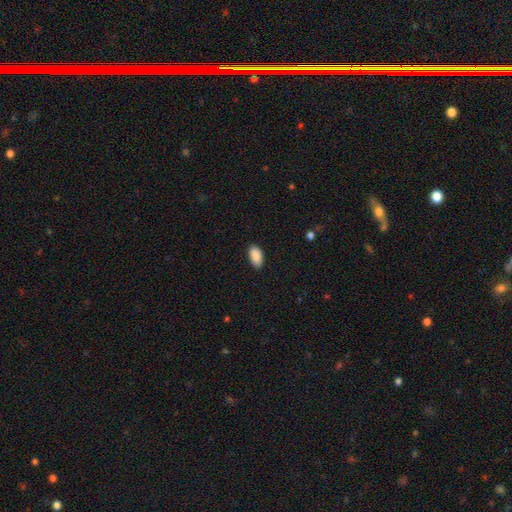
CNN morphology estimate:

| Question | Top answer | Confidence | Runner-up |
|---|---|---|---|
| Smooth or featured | smooth | 90% | star or artifact (7%) |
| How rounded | in between | 94% | round (3%) |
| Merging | none | 87% | minor disturbance (10%) |